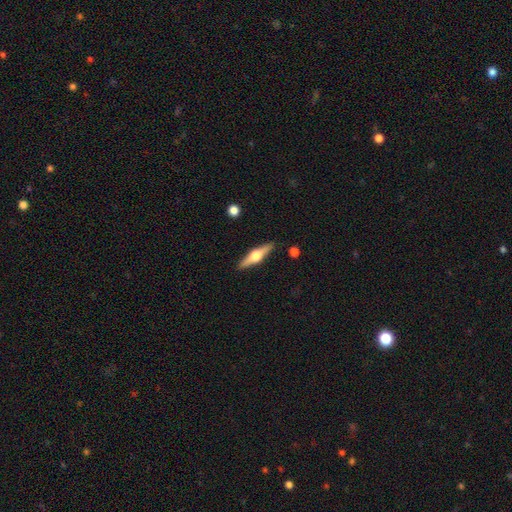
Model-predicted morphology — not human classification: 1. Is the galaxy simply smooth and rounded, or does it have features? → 70% featured or disk, 24% smooth, 5% star or artifact.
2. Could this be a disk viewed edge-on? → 97% yes, 3% no.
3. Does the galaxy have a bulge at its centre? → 95% rounded, 4% boxy, 1% none.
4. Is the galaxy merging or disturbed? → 90% none, 7% minor disturbance, 2% major disturbance, 1% merger.